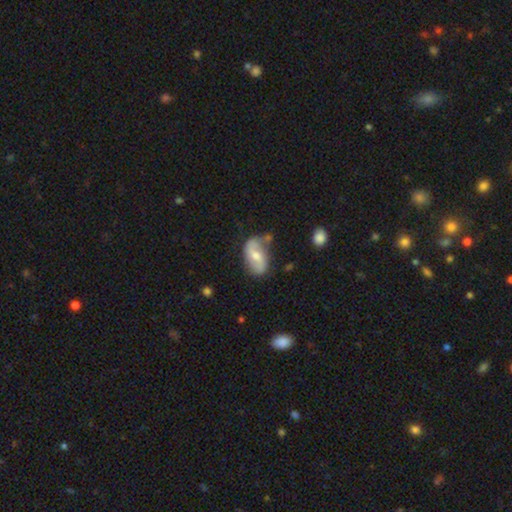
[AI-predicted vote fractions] smooth_or_featured: featured or disk (p=0.54) [alt: smooth p=0.40]
disk_edge_on: no (p=0.94) [alt: yes p=0.06]
bar: weak (p=0.43) [alt: no p=0.38]
has_spiral_arms: yes (p=0.74) [alt: no p=0.26]
bulge_size: moderate (p=0.62) [alt: small p=0.31]
merging: none (p=0.57) [alt: minor disturbance p=0.27]